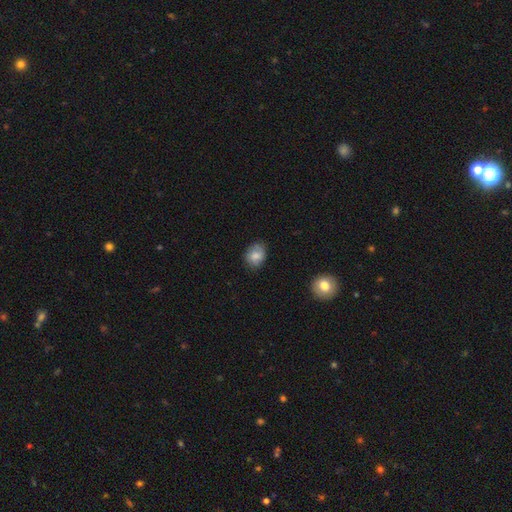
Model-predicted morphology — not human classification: Smooth or featured? Predicted: smooth (p=0.78). How rounded? Predicted: in between (p=0.52). Merging? Predicted: none (p=0.70).